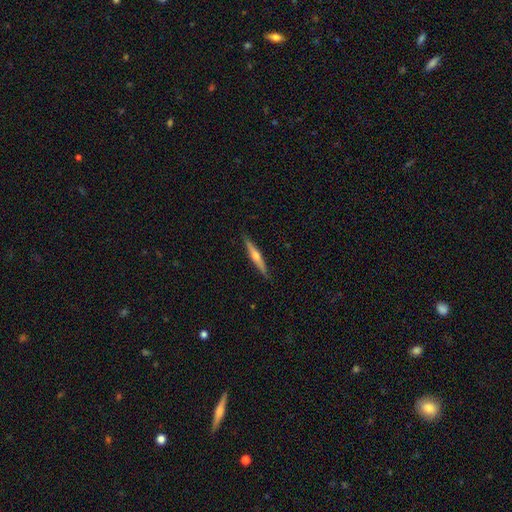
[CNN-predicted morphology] This appears to be a featured or disk galaxy (68%) viewed edge-on (98%) with a rounded central bulge (90%). Merging: none (90%).